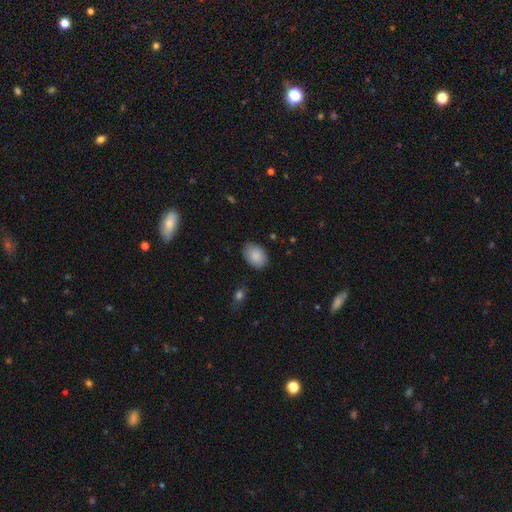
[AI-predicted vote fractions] This is clearly a smooth galaxy (87%). How rounded: clearly in between (83%). Merging: clearly none (84%).